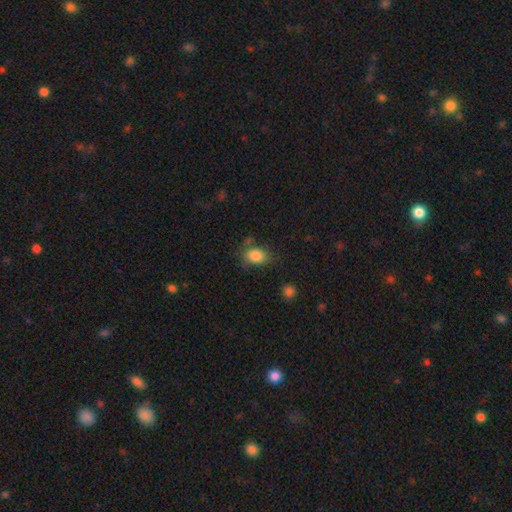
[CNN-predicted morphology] type=smooth (83%); roundness=in between (71%); merging=none (62%).